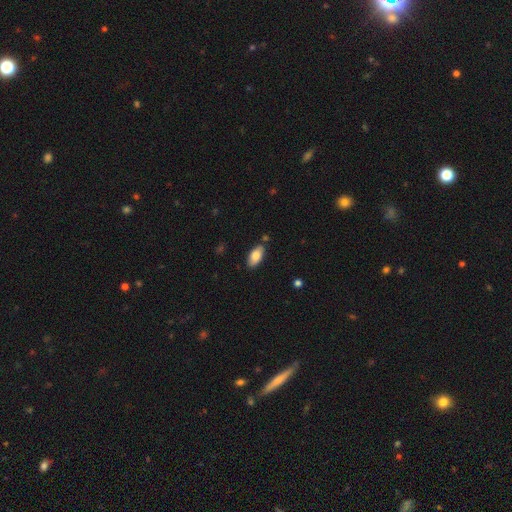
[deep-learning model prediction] smooth 82%, featured or disk 11%, star or artifact 7%. Down the decision tree: how rounded — in between (92%); merging — none (82%).